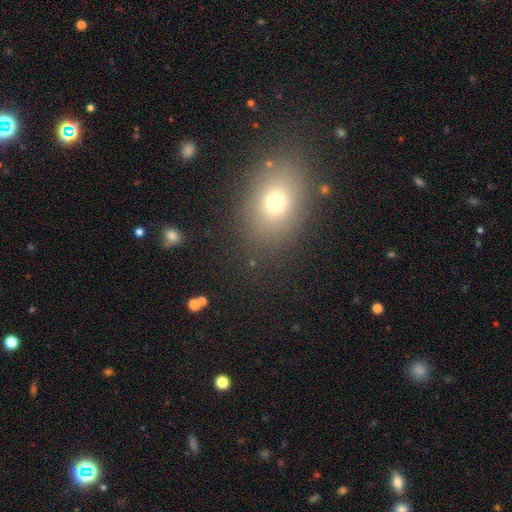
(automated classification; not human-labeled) Overall: smooth (68%). How rounded: in between (66%; round 32%). Merging: none (86%).